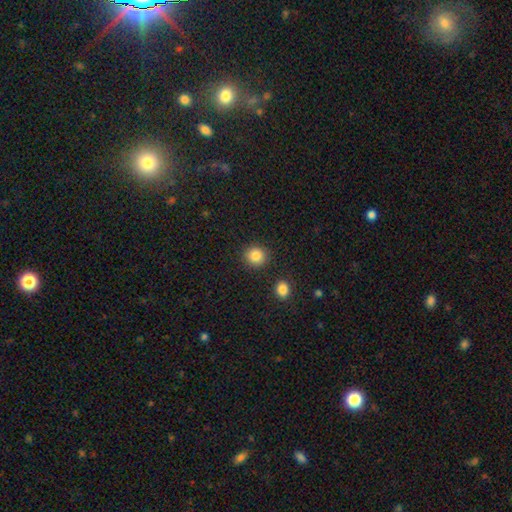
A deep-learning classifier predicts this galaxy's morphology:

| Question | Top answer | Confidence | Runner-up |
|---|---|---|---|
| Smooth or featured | smooth | 85% | star or artifact (10%) |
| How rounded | round | 89% | in between (10%) |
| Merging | none | 89% | minor disturbance (6%) |